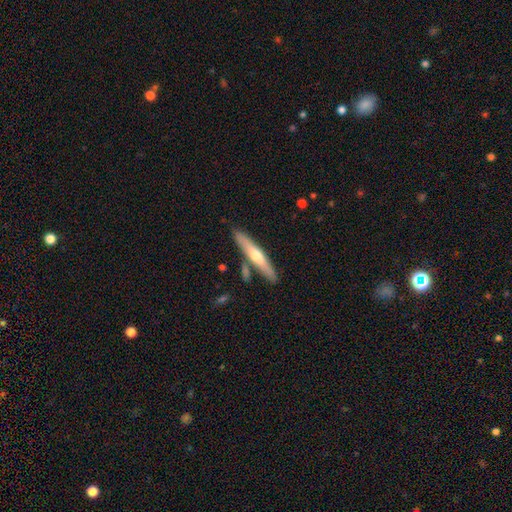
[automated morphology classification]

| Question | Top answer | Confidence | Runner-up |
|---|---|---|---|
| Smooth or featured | featured or disk | 53% | smooth (42%) |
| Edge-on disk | yes | 93% | no (7%) |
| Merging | none | 81% | minor disturbance (10%) |